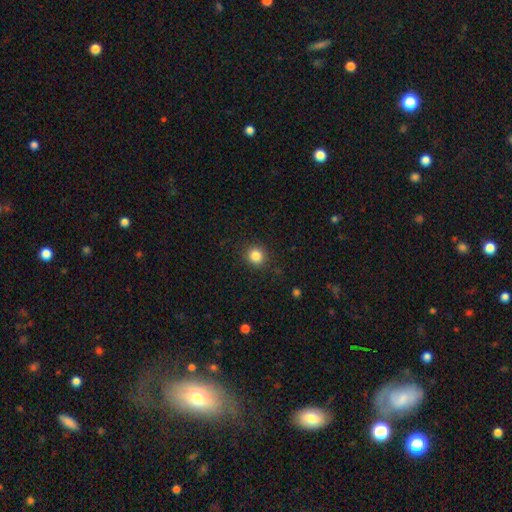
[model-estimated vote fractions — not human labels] This is clearly a smooth galaxy (84%). How rounded: clearly round (88%). Merging: clearly none (89%).